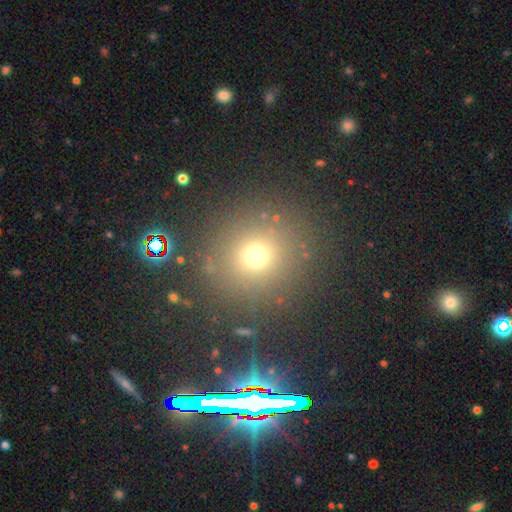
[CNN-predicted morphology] Smooth or featured? Predicted: smooth (p=0.66). How rounded? Predicted: round (p=0.90). Merging? Predicted: none (p=0.86).